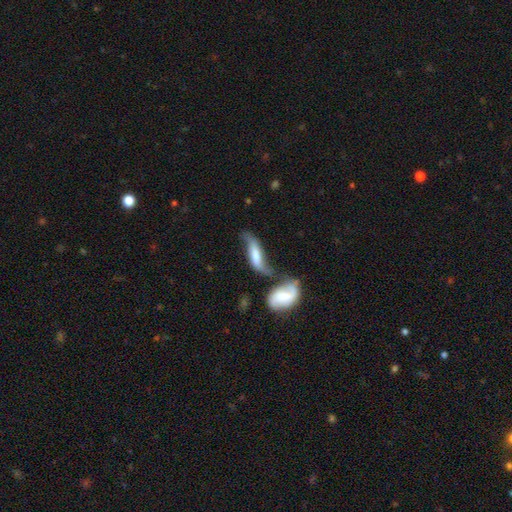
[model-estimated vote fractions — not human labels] smooth-or-featured: featured or disk: 53% | smooth: 40% | star or artifact: 7%
  disk-edge-on: no: 73% | yes: 27%
  merging: merger: 35% | none: 30% | minor disturbance: 20% | major disturbance: 15%